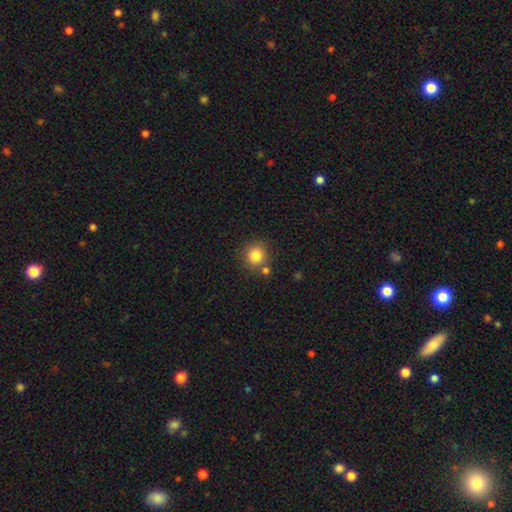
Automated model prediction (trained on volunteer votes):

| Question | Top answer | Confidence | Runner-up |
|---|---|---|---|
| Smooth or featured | smooth | 84% | star or artifact (10%) |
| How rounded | round | 87% | in between (12%) |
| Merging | none | 73% | merger (13%) |